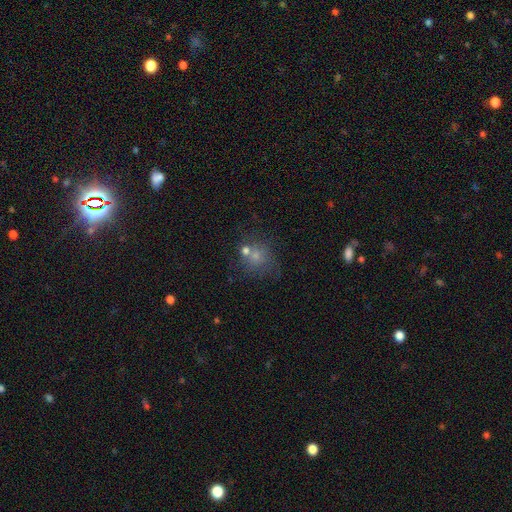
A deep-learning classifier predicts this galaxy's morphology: Smooth or featured?
  - smooth: 55% *
  - star or artifact: 29%
  - featured or disk: 16%
How rounded?
  - round: 82% *
  - in between: 17%
  - cigar-shaped: 1%
Merging?
  - none: 61% *
  - merger: 19%
  - minor disturbance: 13%
  - major disturbance: 7%